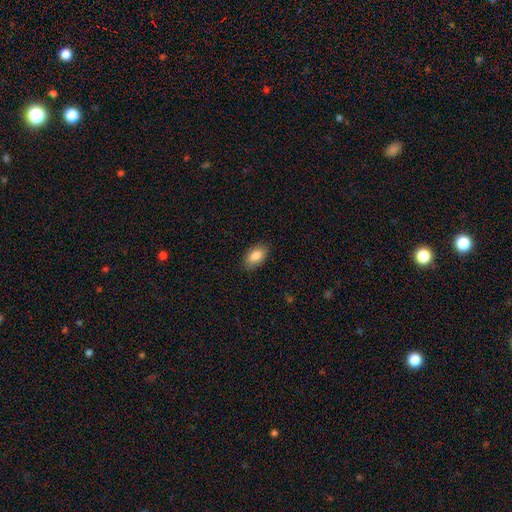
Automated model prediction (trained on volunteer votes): Smooth or featured? Predicted: smooth (p=0.84). How rounded? Predicted: in between (p=0.92). Merging? Predicted: none (p=0.87).